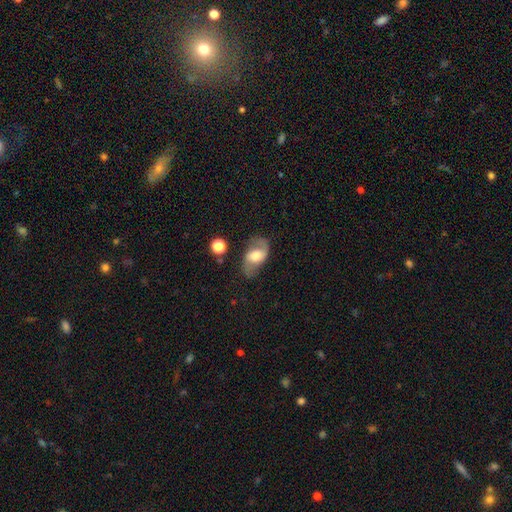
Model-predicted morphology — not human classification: Smooth or featured: featured or disk — 59% (smooth — 34%)
Edge-on disk: no — 93% (yes — 7%)
Bar: no — 42% (weak — 41%)
Spiral arms: yes — 79% (no — 21%)
Bulge size: moderate — 43% (large — 39%)
Merging: none — 67% (minor disturbance — 20%)